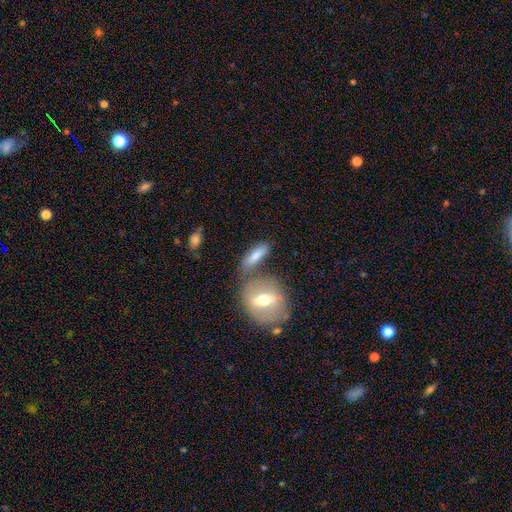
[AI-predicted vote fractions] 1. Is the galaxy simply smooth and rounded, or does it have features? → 69% smooth, 23% featured or disk, 8% star or artifact.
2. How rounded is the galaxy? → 48% cigar-shaped, 45% in between, 6% round.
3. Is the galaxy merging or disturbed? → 58% none, 22% merger, 14% minor disturbance, 6% major disturbance.